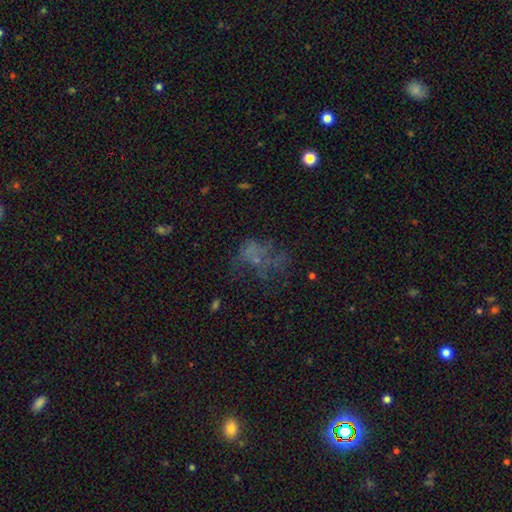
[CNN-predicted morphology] smooth_or_featured: featured or disk (p=0.39) [alt: smooth p=0.33]
merging: none (p=0.40) [alt: major disturbance p=0.38]